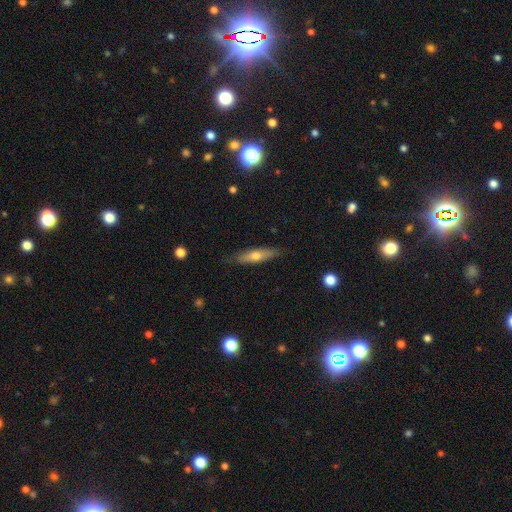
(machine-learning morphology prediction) This appears to be a smooth galaxy with no disk features (53%) that is cigar-shaped (72%). Merging: none (83%).